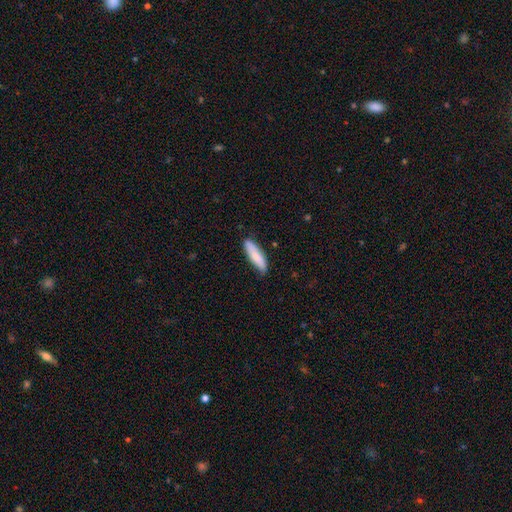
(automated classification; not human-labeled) smooth_or_featured: smooth (p=0.81) [alt: featured or disk p=0.13]
how_rounded: cigar-shaped (p=0.65) [alt: in between p=0.33]
merging: none (p=0.81) [alt: minor disturbance p=0.16]